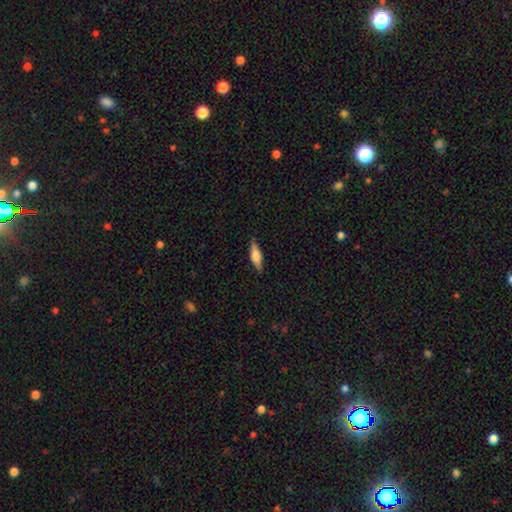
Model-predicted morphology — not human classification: A featured or disk galaxy (48%). Merging: none (88%).